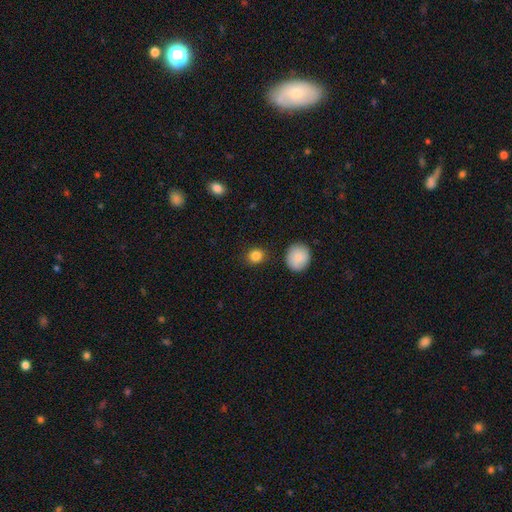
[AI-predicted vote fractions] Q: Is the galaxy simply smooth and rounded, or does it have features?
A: smooth — 86%.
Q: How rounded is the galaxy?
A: round — 80%.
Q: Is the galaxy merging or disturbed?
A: none — 86%.